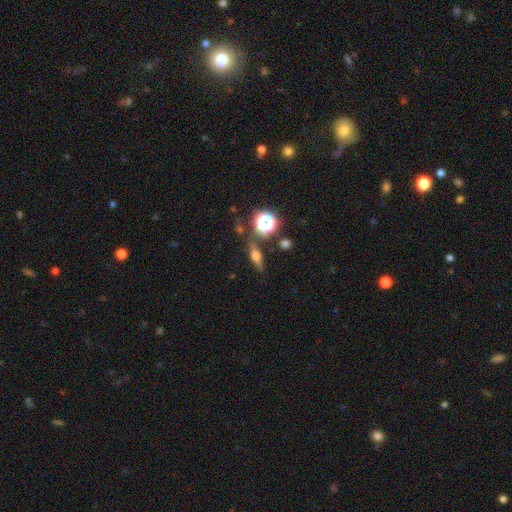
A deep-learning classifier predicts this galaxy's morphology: Overall: featured or disk (42%, tied with smooth). Merging: none (79%).